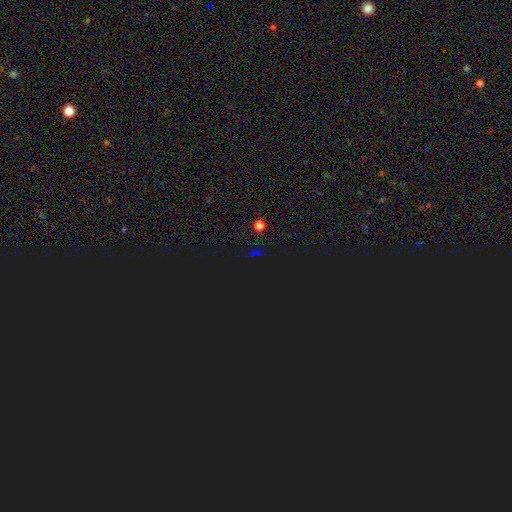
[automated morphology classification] Q: Smooth or featured?
A: star or artifact (70%); runner-up: smooth (23%)